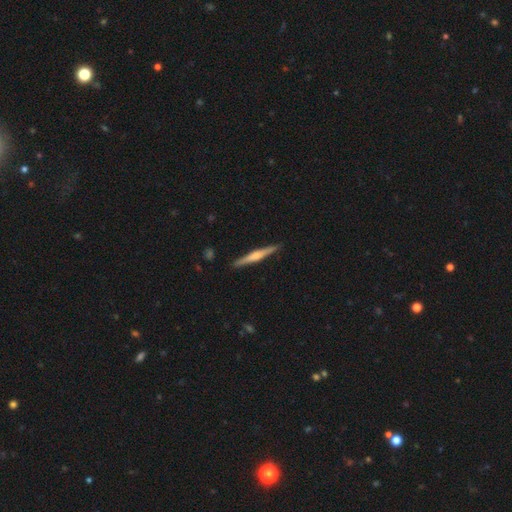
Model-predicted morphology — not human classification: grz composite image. It shows a featured or disk galaxy (60%) viewed edge-on (98%) with a rounded central bulge (64%). Merging: none (90%).